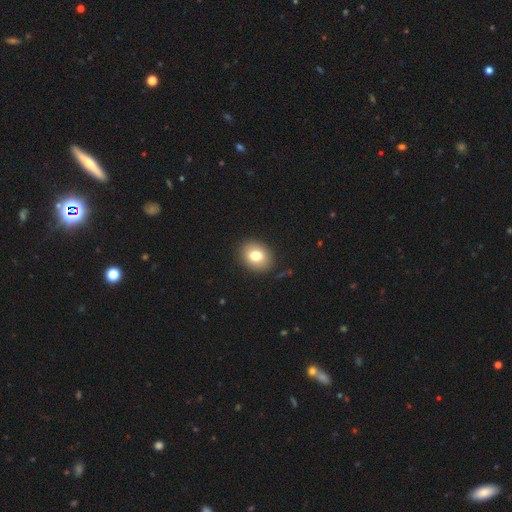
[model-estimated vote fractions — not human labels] Overall: smooth (78%). How rounded: in between (53%; round 46%). Merging: none (89%).